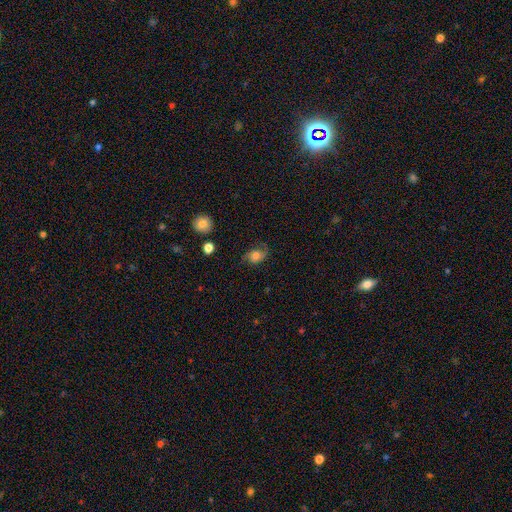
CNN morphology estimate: This appears to be a smooth galaxy with no disk features (50%). Merging: none (62%).